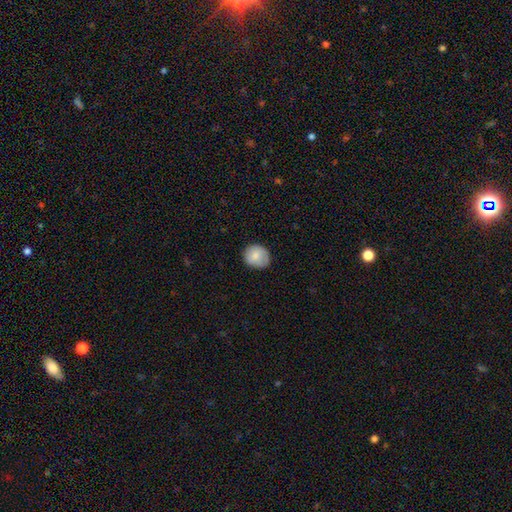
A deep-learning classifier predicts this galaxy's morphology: smooth 82%, featured or disk 11%, star or artifact 7%. Down the decision tree: how rounded — round (81%); merging — none (80%).